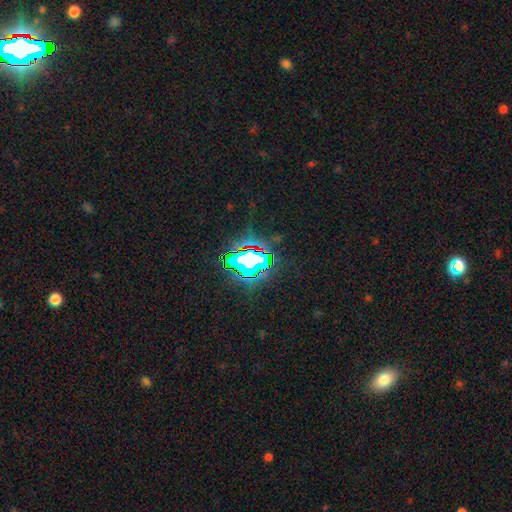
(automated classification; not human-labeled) A star or artifact, not a galaxy (74%).